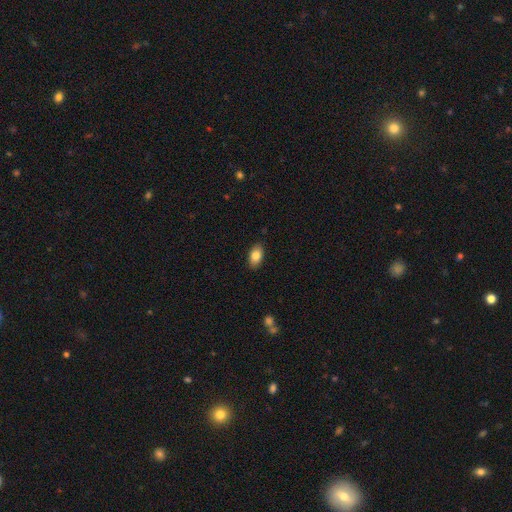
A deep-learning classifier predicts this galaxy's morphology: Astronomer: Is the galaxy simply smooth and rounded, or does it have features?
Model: smooth — 83%.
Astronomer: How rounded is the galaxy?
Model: in between — 92%.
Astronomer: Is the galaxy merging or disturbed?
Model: none — 88%.